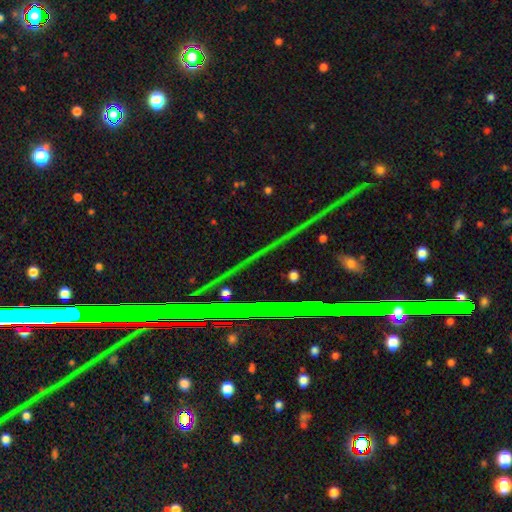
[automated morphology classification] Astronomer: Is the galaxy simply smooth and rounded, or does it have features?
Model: star or artifact — 79%.